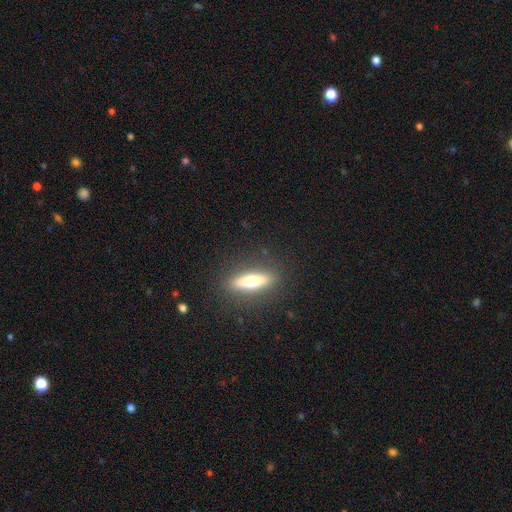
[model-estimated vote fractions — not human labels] Smooth or featured? Predicted: featured or disk (p=0.48). Merging? Predicted: none (p=0.88).